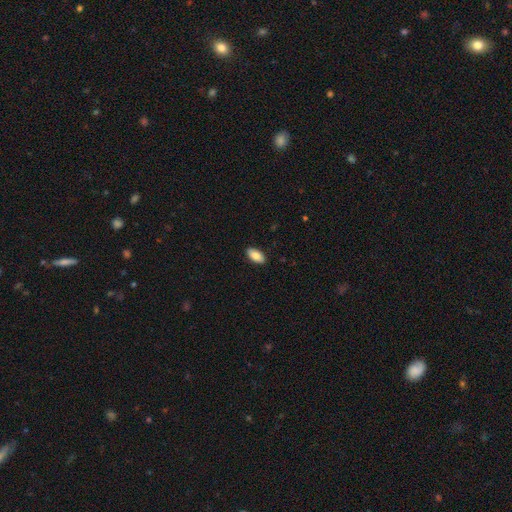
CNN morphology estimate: This is clearly a smooth galaxy (86%). How rounded: clearly in between (93%). Merging: clearly none (89%).